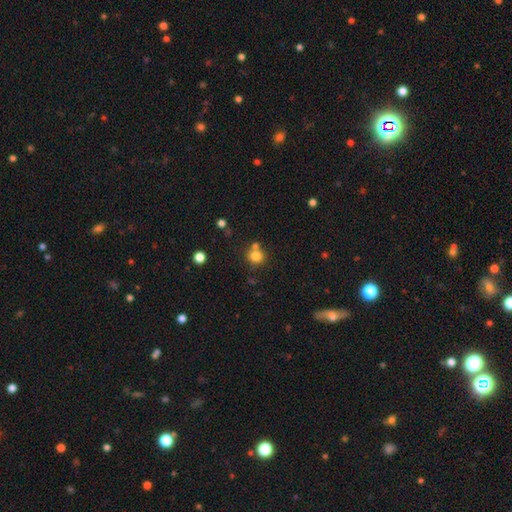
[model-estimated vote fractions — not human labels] A smooth galaxy with no disk features (80%) that is round (88%).

Vote fractions:
- Smooth or featured? smooth: 80% / star or artifact: 12% / featured or disk: 7%
- How rounded? round: 88% / in between: 11% / cigar-shaped: 1%
- Merging? none: 64% / merger: 24% / minor disturbance: 9% / major disturbance: 3%